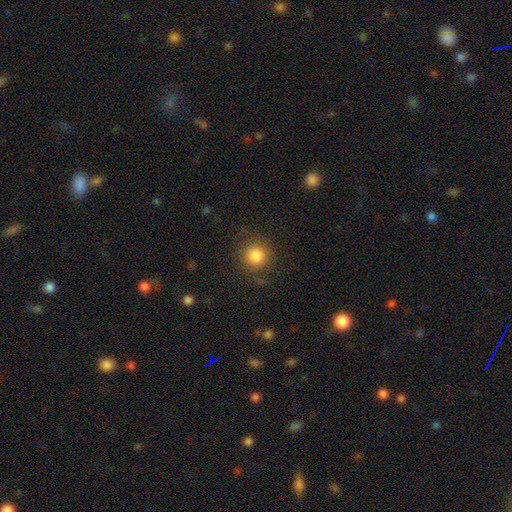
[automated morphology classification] The model was most divided on "merging": none: 77%, minor disturbance: 13%, major disturbance: 8%, merger: 1%. More confident: how rounded — round (92%); smooth or featured — smooth (81%).